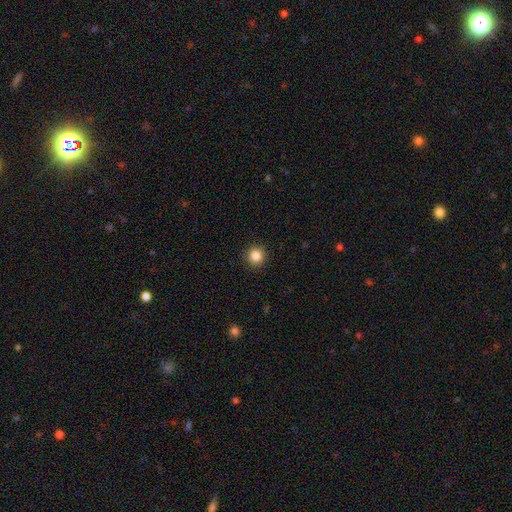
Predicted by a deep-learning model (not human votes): This appears to be a smooth galaxy with no disk features (85%) that is round (94%). Merging: none (93%).